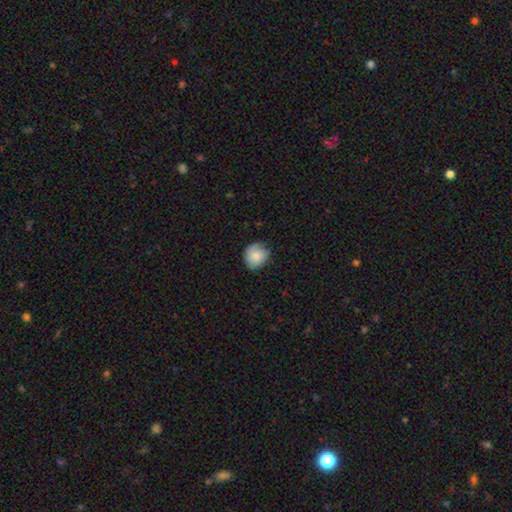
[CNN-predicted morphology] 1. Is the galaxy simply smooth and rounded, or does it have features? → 72% smooth, 20% featured or disk, 7% star or artifact.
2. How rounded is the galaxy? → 78% round, 21% in between, 1% cigar-shaped.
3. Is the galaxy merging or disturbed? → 70% none, 23% minor disturbance, 5% major disturbance, 1% merger.